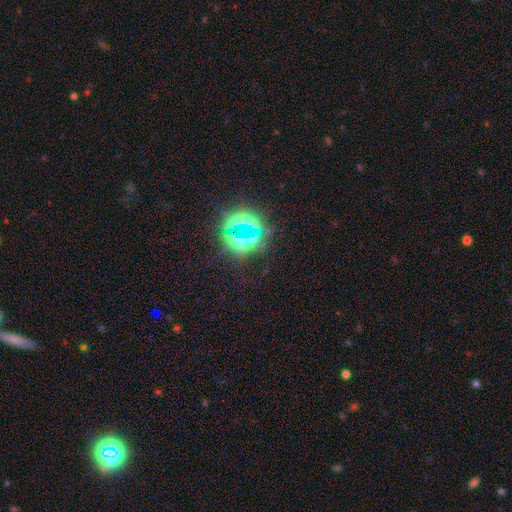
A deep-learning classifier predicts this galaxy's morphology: A star or artifact, not a galaxy (74%).

Vote fractions:
- Smooth or featured? star or artifact: 74% / smooth: 16% / featured or disk: 10%